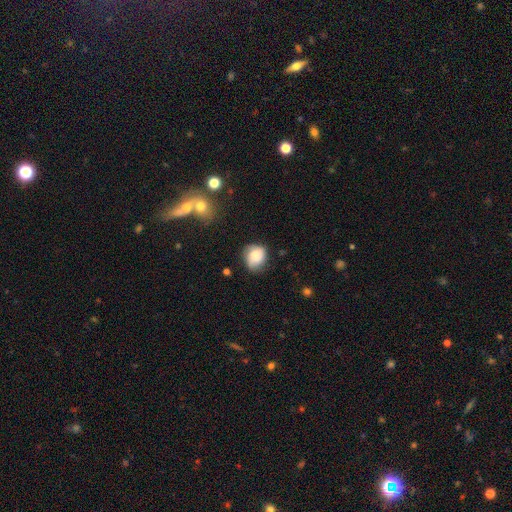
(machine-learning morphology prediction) A smooth galaxy with no disk features (63%) that is round (66%).

Vote fractions:
- Smooth or featured? smooth: 63% / featured or disk: 28% / star or artifact: 9%
- How rounded? round: 66% / in between: 33% / cigar-shaped: 1%
- Merging? none: 54% / minor disturbance: 27% / merger: 11% / major disturbance: 9%